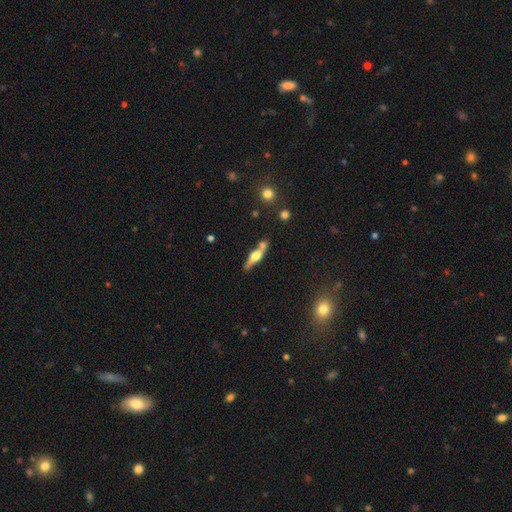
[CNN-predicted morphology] smooth-or-featured: featured or disk: 58% | smooth: 35% | star or artifact: 6%
  disk-edge-on: yes: 92% | no: 8%
    edge-on-bulge: rounded: 92% | boxy: 5% | none: 2%
  merging: none: 62% | merger: 20% | minor disturbance: 14% | major disturbance: 4%